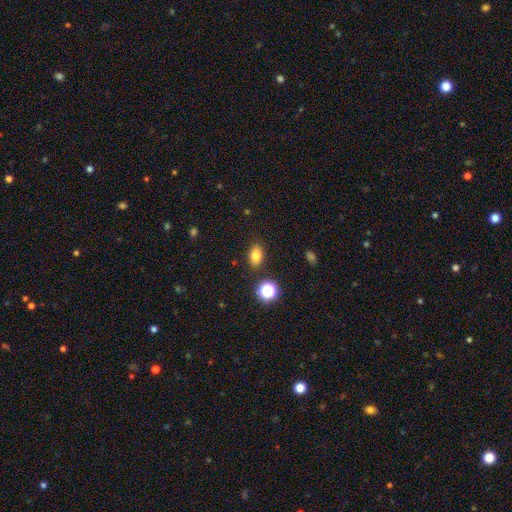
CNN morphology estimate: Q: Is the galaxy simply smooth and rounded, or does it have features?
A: smooth — 79%.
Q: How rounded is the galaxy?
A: in between — 77%.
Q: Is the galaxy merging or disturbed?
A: none — 85%.